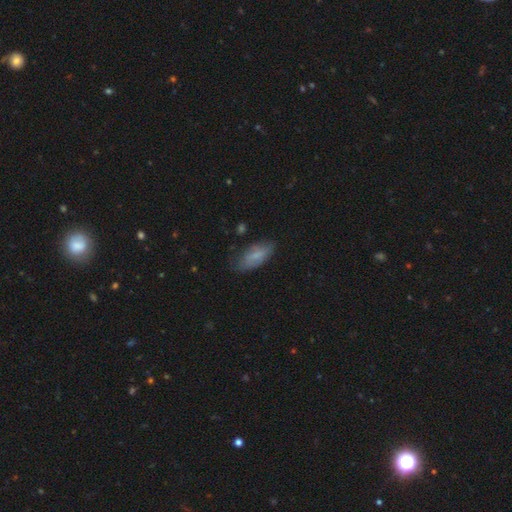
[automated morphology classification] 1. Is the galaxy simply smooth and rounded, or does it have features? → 68% smooth, 24% featured or disk, 7% star or artifact.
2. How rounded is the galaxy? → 78% in between, 19% cigar-shaped, 2% round.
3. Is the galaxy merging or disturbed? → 70% none, 23% minor disturbance, 5% major disturbance, 2% merger.